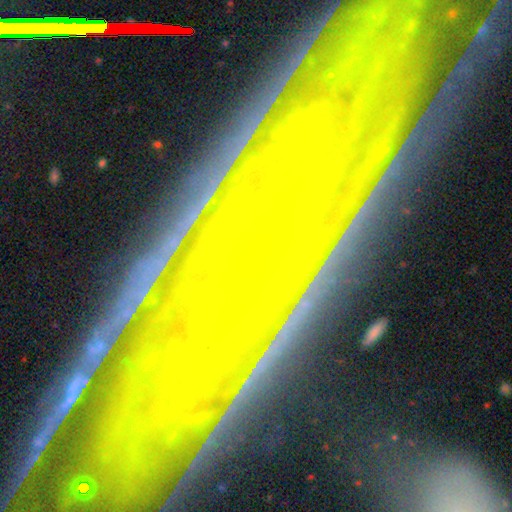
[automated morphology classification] Q: Smooth or featured?
A: featured or disk (63%); runner-up: star or artifact (26%)
Q: Edge-on disk?
A: no (76%); runner-up: yes (24%)
Q: Merging?
A: none (77%); runner-up: minor disturbance (14%)